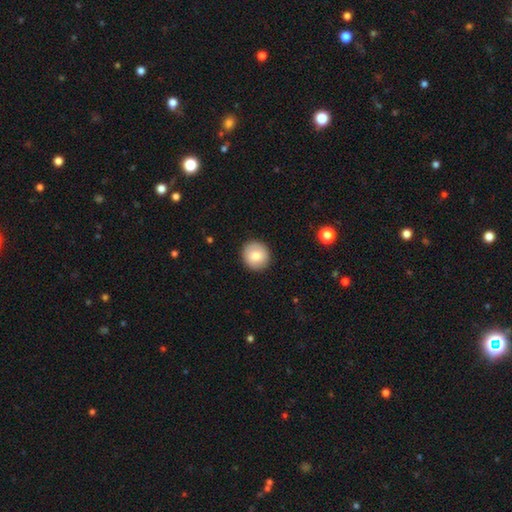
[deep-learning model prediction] Smooth or featured? smooth (79%)
How rounded? round (93%)
Merging? none (91%)